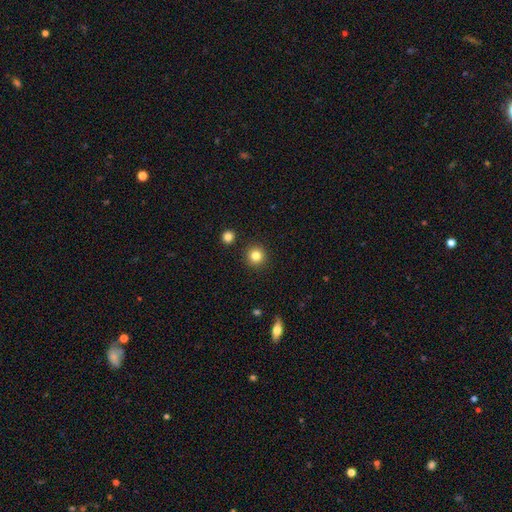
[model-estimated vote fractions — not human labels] Smooth or featured: smooth — 84% (star or artifact — 11%)
How rounded: round — 94% (in between — 5%)
Merging: none — 91% (minor disturbance — 5%)